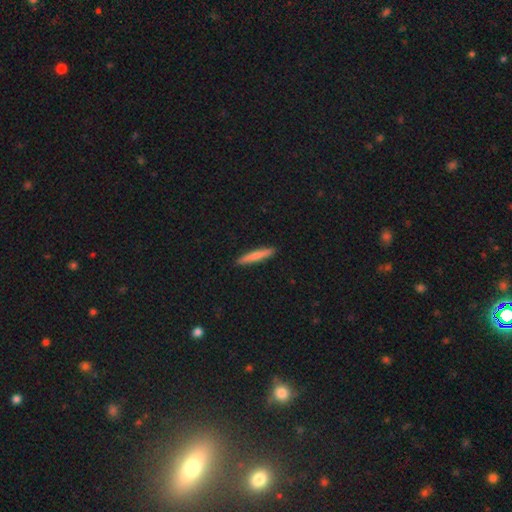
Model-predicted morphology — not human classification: Smooth or featured: smooth — 75% (featured or disk — 19%)
How rounded: cigar-shaped — 94% (in between — 5%)
Merging: none — 92% (minor disturbance — 6%)